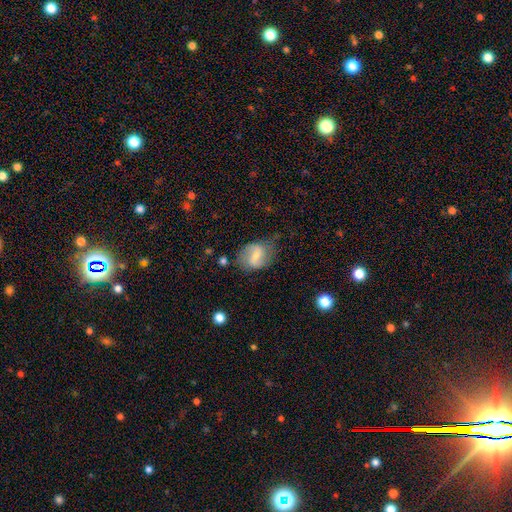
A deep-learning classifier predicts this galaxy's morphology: Smooth or featured?
  - featured or disk: 59% *
  - smooth: 34%
  - star or artifact: 8%
Edge-on disk?
  - no: 97% *
  - yes: 3%
Bar?
  - weak: 50% *
  - strong: 27%
  - no: 23%
Spiral arms?
  - yes: 85% *
  - no: 15%
Bulge size?
  - small: 53% *
  - moderate: 29%
  - none: 13%
  - large: 3%
  - dominant: 1%
Merging?
  - none: 61% *
  - minor disturbance: 26%
  - major disturbance: 10%
  - merger: 3%